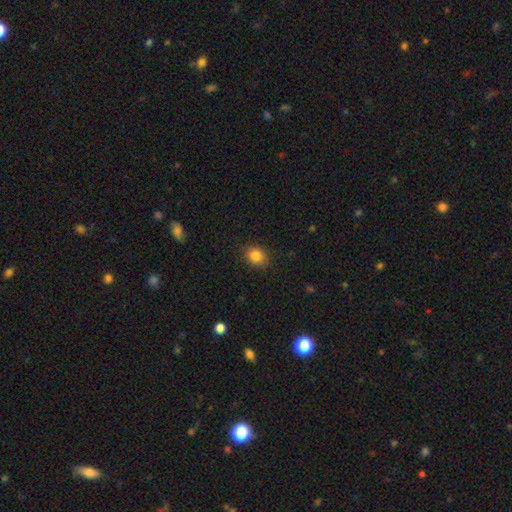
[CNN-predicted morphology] Smooth or featured: smooth — 85% (star or artifact — 10%)
How rounded: round — 61% (in between — 38%)
Merging: none — 87% (minor disturbance — 9%)